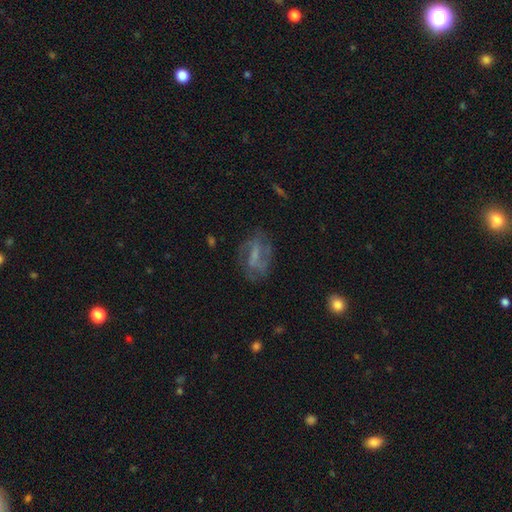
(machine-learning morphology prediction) featured or disk 64%, smooth 26%, star or artifact 10%. Down the decision tree: edge-on disk — no (95%); bar — weak (45%); spiral arms — yes (77%); bulge size — none (38%); merging — none (63%).